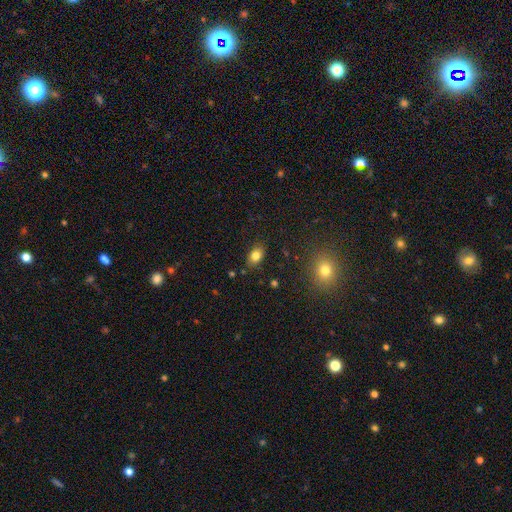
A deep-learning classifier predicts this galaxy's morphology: smooth_or_featured: smooth (p=0.82) [alt: star or artifact p=0.10]
how_rounded: in between (p=0.78) [alt: round p=0.21]
merging: none (p=0.84) [alt: minor disturbance p=0.11]